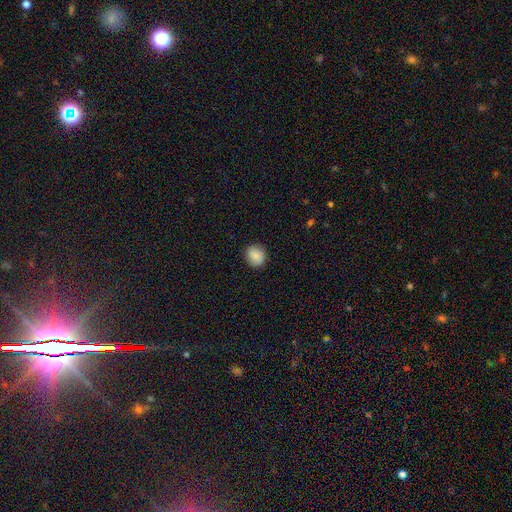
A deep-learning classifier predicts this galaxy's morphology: The model was most divided on "how rounded": round: 77%, in between: 22%, cigar-shaped: 1%. More confident: merging — none (87%); smooth or featured — smooth (85%).